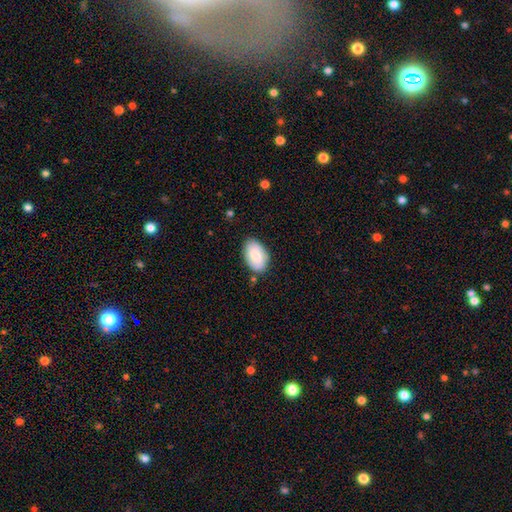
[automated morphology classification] type=smooth (80%); roundness=in between (94%); merging=none (80%).